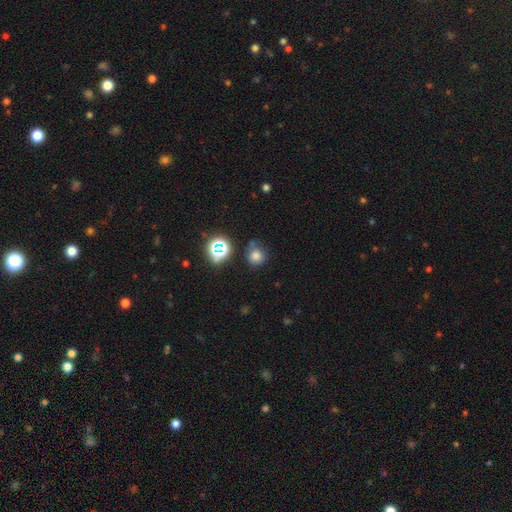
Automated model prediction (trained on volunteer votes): Q: Smooth or featured?
A: smooth (73%); runner-up: star or artifact (21%)
Q: How rounded?
A: round (87%); runner-up: in between (12%)
Q: Merging?
A: none (70%); runner-up: minor disturbance (17%)